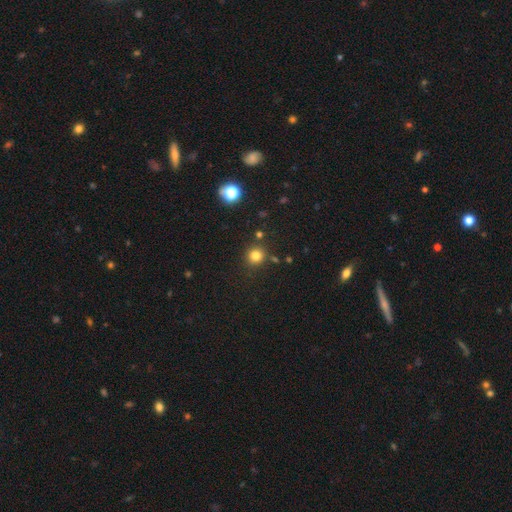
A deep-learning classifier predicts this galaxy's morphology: smooth 81%, star or artifact 14%, featured or disk 5%. Down the decision tree: how rounded — round (91%); merging — none (85%).